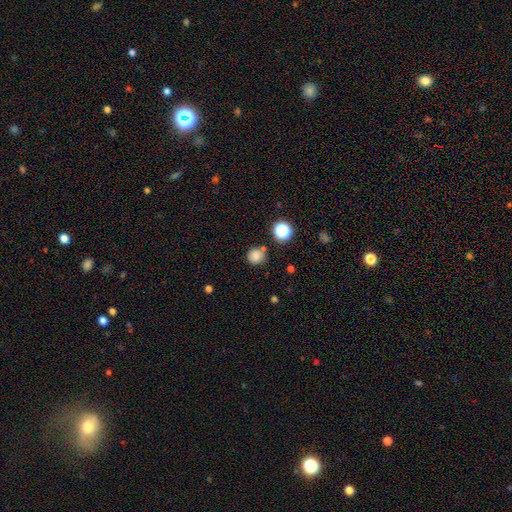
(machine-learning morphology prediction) smooth_or_featured: smooth (p=0.80) [alt: star or artifact p=0.14]
how_rounded: round (p=0.91) [alt: in between p=0.08]
merging: none (p=0.76) [alt: minor disturbance p=0.13]